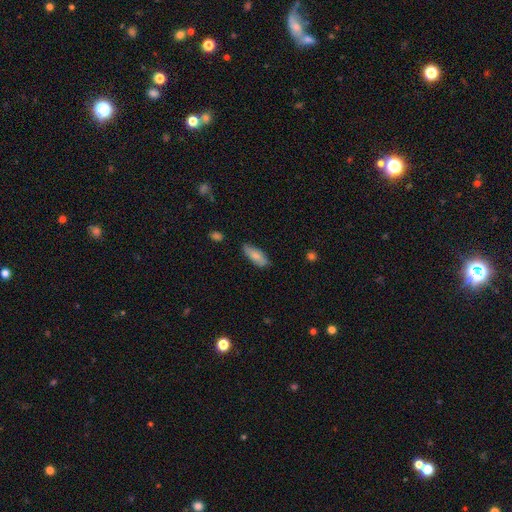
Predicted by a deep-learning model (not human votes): Smooth or featured: smooth — 80% (featured or disk — 14%)
How rounded: in between — 70% (cigar-shaped — 28%)
Merging: none — 76% (minor disturbance — 19%)